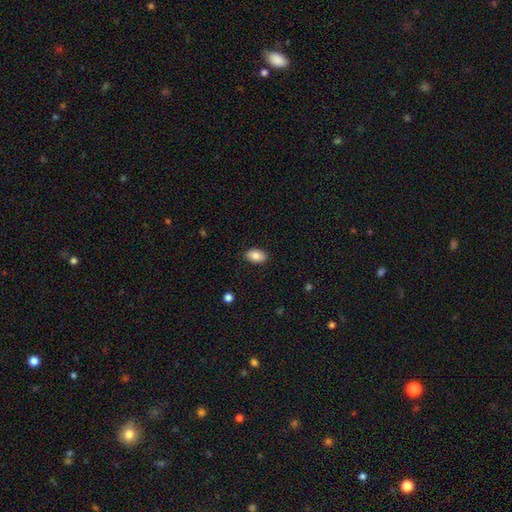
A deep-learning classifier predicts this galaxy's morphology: type=smooth (86%); roundness=in between (90%); merging=none (88%).